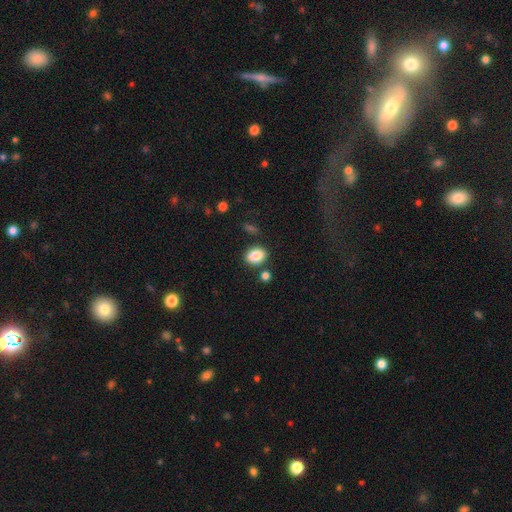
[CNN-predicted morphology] smooth_or_featured: smooth (p=0.86) [alt: star or artifact p=0.09]
how_rounded: in between (p=0.69) [alt: round p=0.30]
merging: none (p=0.75) [alt: minor disturbance p=0.12]